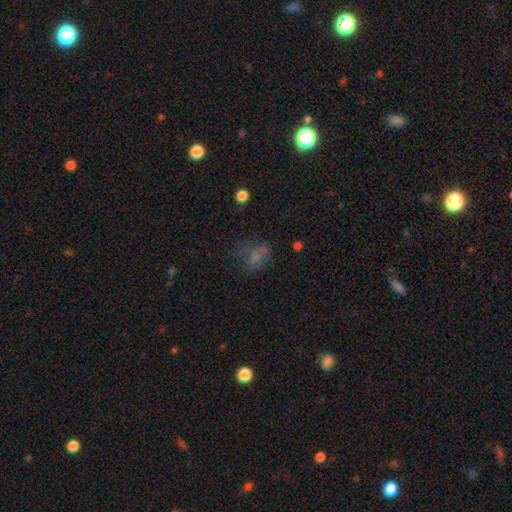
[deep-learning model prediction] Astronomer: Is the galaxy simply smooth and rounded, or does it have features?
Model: smooth — 60%.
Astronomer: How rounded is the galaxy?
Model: in between — 66%.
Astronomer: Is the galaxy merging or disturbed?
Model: none — 43% (runner-up: major disturbance, 29%).